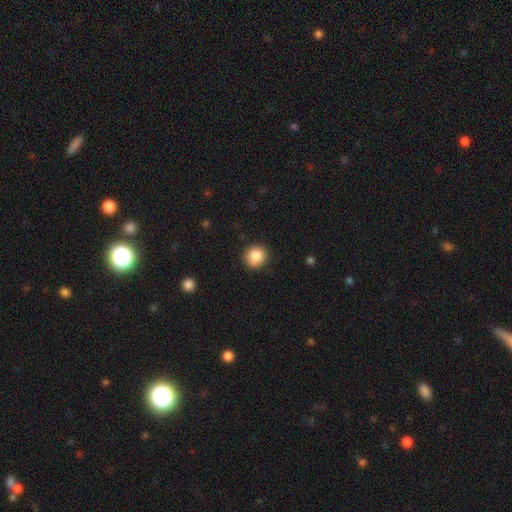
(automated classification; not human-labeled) Smooth or featured? smooth (86%)
How rounded? round (88%)
Merging? none (88%)